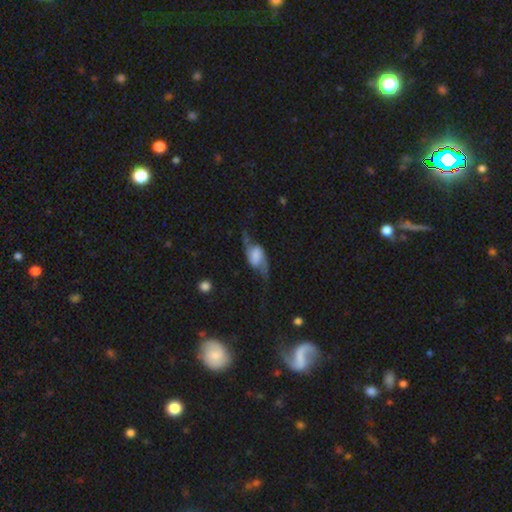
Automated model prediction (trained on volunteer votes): Q: Smooth or featured?
A: featured or disk (73%); runner-up: smooth (20%)
Q: Edge-on disk?
A: no (92%); runner-up: yes (8%)
Q: Bar?
A: weak (39%); runner-up: no (36%)
Q: Spiral arms?
A: yes (92%); runner-up: no (8%)
Q: Spiral winding?
A: loose (74%); runner-up: medium (20%)
Q: Spiral arm count?
A: 2 (93%); runner-up: can't tell (3%)
Q: Bulge size?
A: none (30%); runner-up: large (27%)
Q: Merging?
A: none (58%); runner-up: minor disturbance (21%)